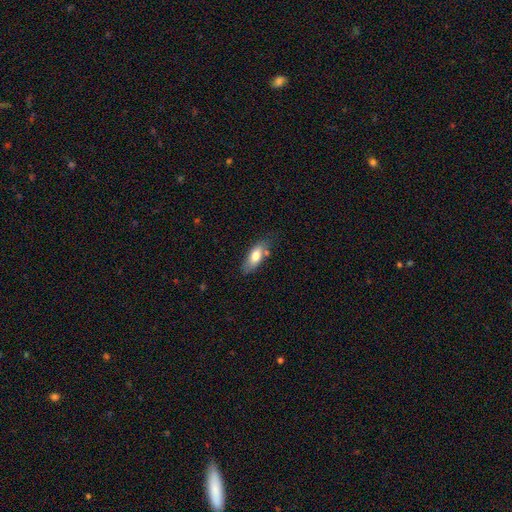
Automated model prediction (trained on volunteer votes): Smooth or featured? smooth (74%)
How rounded? in between (78%)
Merging? none (67%)